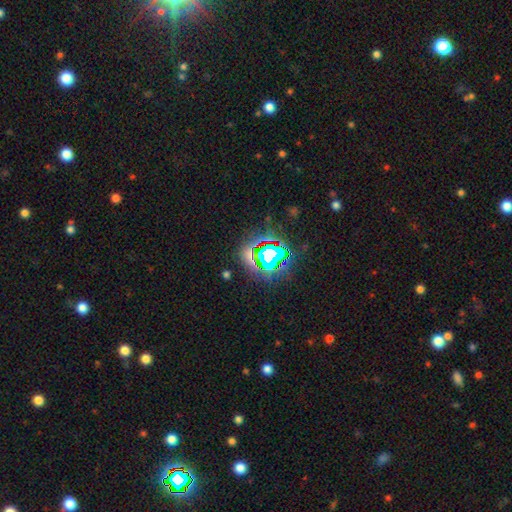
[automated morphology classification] smooth-or-featured: star or artifact: 72% | smooth: 17% | featured or disk: 11%